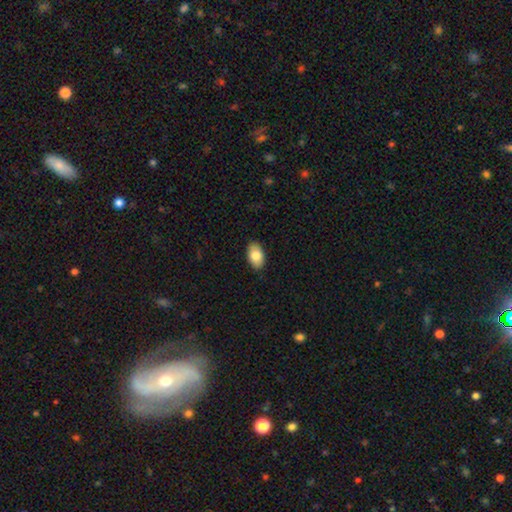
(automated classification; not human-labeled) Smooth or featured? smooth (82%)
How rounded? in between (92%)
Merging? none (89%)